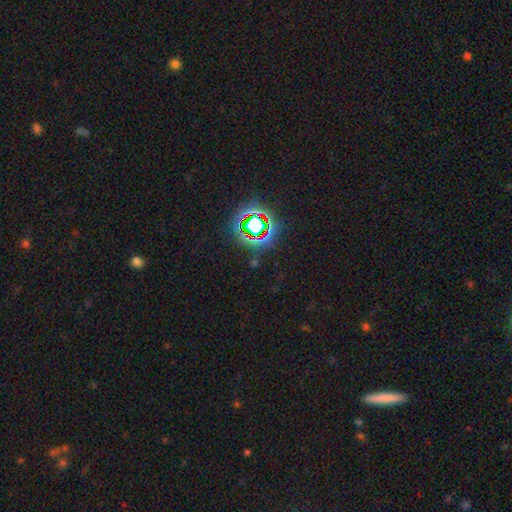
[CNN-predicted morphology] Smooth or featured? Predicted: star or artifact (p=0.79).